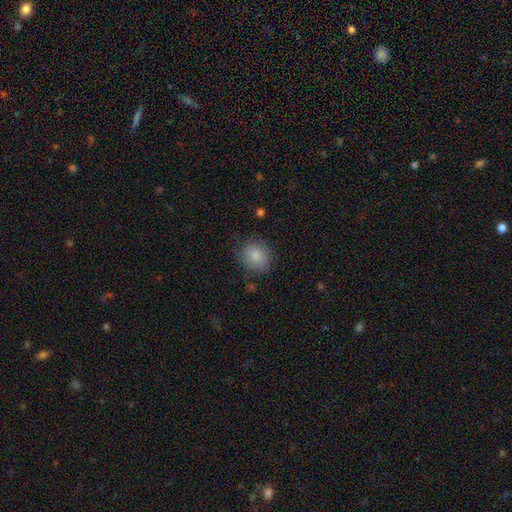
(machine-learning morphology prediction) A smooth galaxy with no disk features (84%) that is round (73%).

Vote fractions:
- Smooth or featured? smooth: 84% / star or artifact: 9% / featured or disk: 8%
- How rounded? round: 73% / in between: 26% / cigar-shaped: 1%
- Merging? none: 75% / minor disturbance: 18% / major disturbance: 5% / merger: 2%